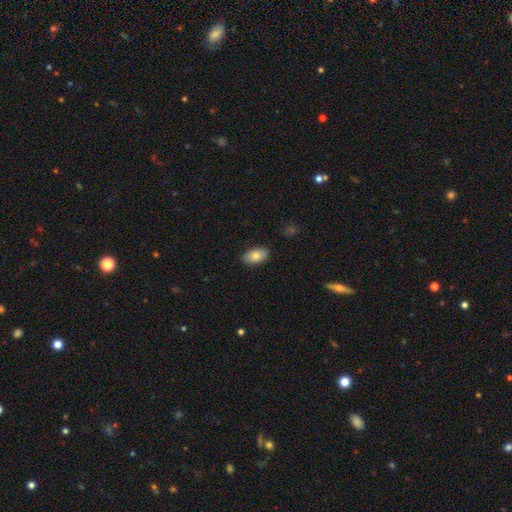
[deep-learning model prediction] The model was most divided on "smooth or featured": smooth: 81%, featured or disk: 12%, star or artifact: 7%. More confident: how rounded — in between (93%); merging — none (87%).